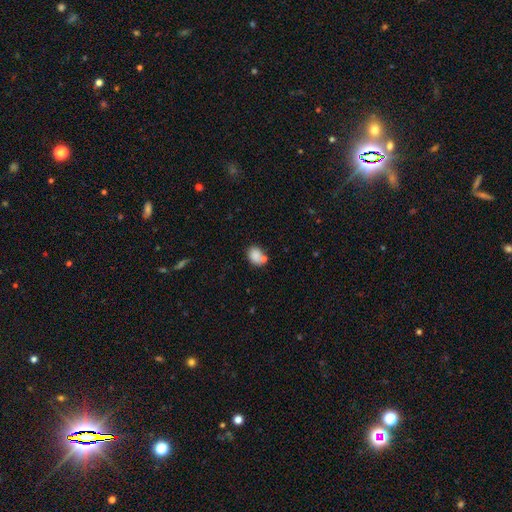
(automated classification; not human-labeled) This is clearly a smooth galaxy (82%). How rounded: possibly in between (59%). Merging: possibly none (52%).